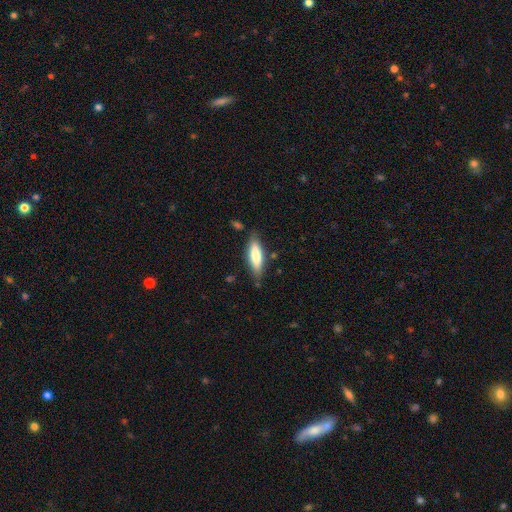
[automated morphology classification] Overall: smooth (71%). How rounded: cigar-shaped (58%; in between 41%). Merging: none (78%).